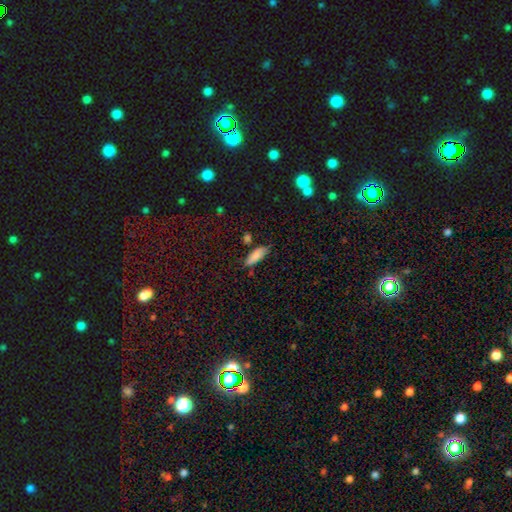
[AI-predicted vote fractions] Smooth or featured? Predicted: smooth (p=0.83). How rounded? Predicted: in between (p=0.64). Merging? Predicted: none (p=0.70).